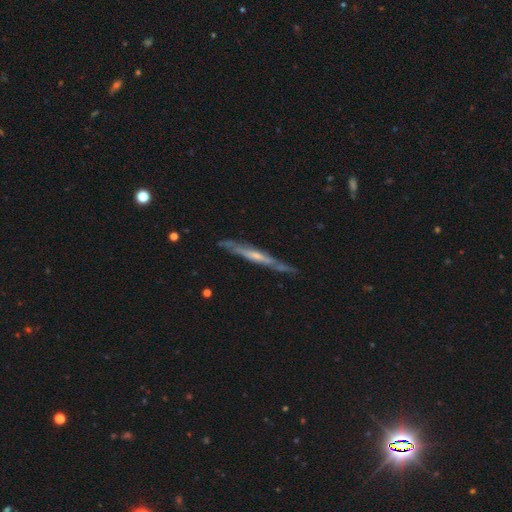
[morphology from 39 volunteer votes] smooth_or_featured: featured or disk (p=0.72) [alt: smooth p=0.23]
disk_edge_on: yes (p=0.68) [alt: no p=0.32]
edge_on_bulge: rounded (p=0.47) [alt: none p=0.32]
merging: none (p=0.51) [alt: minor disturbance p=0.27]